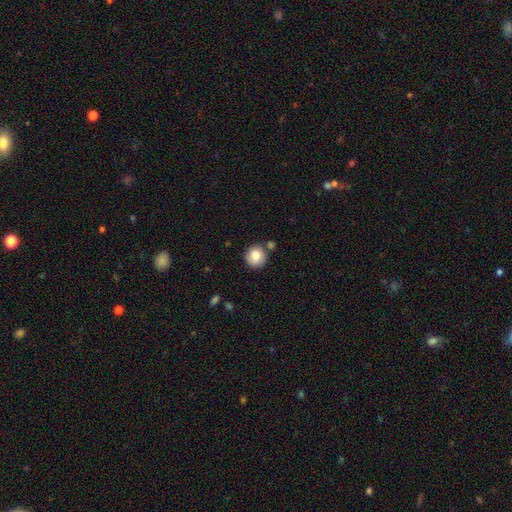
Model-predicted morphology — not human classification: Smooth or featured: smooth — 85% (star or artifact — 8%)
How rounded: round — 92% (in between — 7%)
Merging: none — 77% (minor disturbance — 11%)